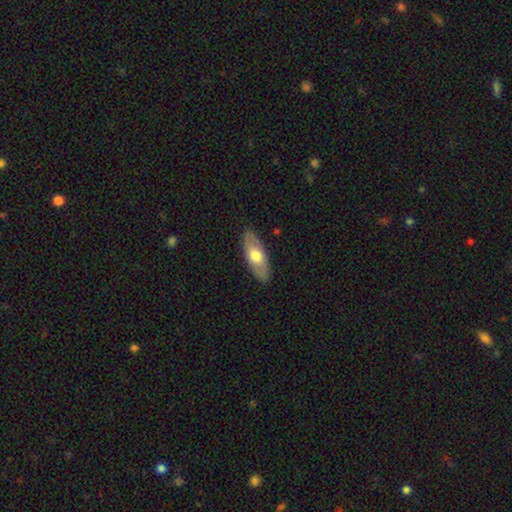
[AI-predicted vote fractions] A smooth galaxy with no disk features (59%) that is in between round and cigar-shaped (80%). Merging: none (87%).